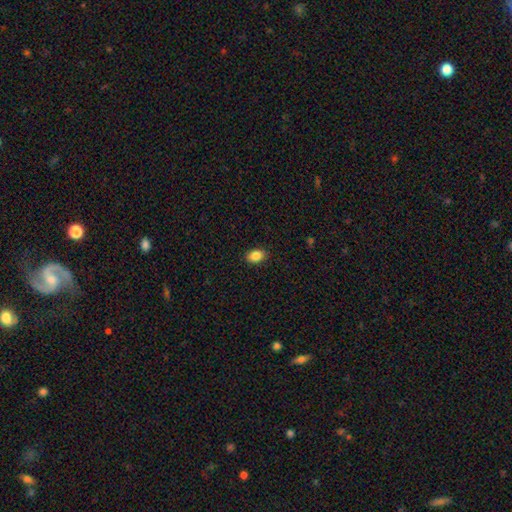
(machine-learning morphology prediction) A smooth galaxy with no disk features (86%) that is in between round and cigar-shaped (79%).

Vote fractions:
- Smooth or featured? smooth: 86% / star or artifact: 9% / featured or disk: 5%
- How rounded? in between: 79% / round: 19% / cigar-shaped: 1%
- Merging? none: 89% / minor disturbance: 8% / major disturbance: 2% / merger: 1%